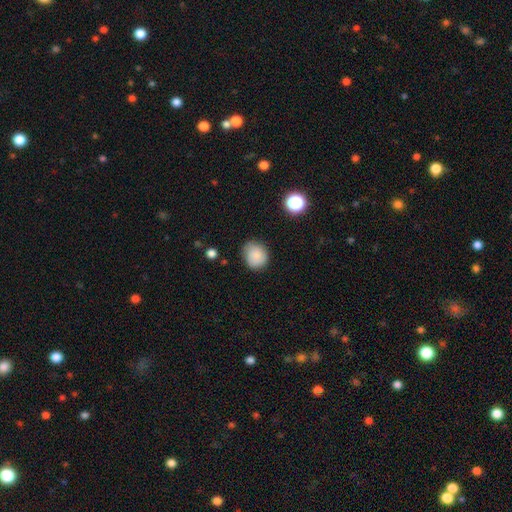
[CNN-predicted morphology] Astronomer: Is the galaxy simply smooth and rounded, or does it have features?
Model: smooth — 83%.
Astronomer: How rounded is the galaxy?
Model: round — 78%.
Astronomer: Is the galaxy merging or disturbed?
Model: none — 73%.